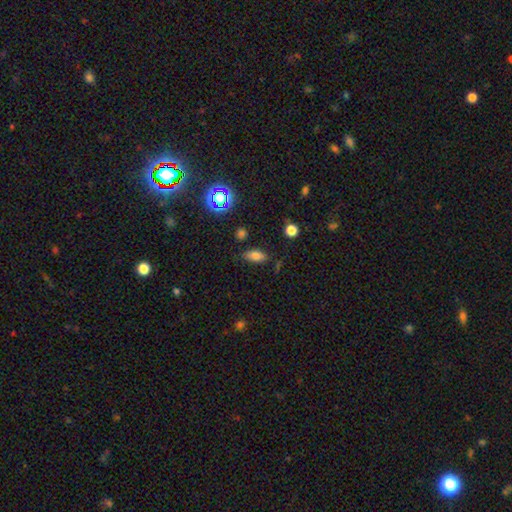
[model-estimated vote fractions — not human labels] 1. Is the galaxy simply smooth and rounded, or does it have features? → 75% smooth, 14% star or artifact, 11% featured or disk.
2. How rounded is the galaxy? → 83% in between, 11% cigar-shaped, 6% round.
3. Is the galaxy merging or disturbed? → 78% none, 15% minor disturbance, 4% major disturbance, 3% merger.